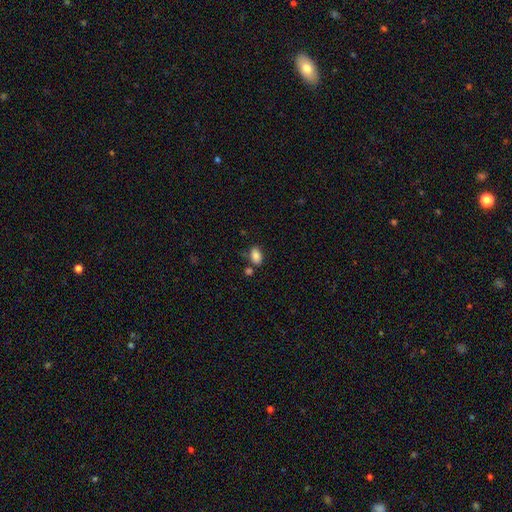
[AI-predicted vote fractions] smooth 84%, star or artifact 8%, featured or disk 8%. Down the decision tree: how rounded — in between (90%); merging — none (68%).